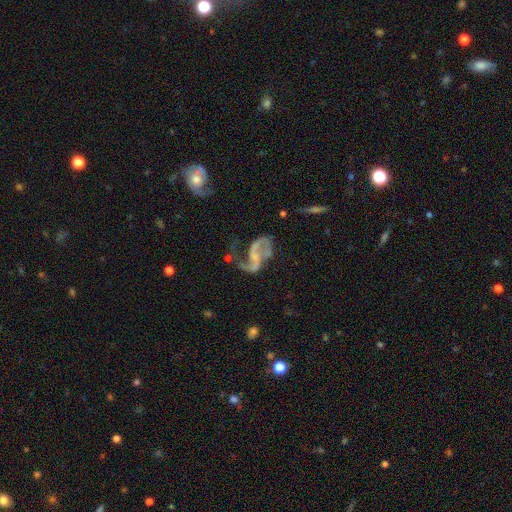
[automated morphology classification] A featured or disk galaxy (85%) with no bar (46%), 2 (85%) loose (66%) spiral arms (91%) and no central bulge (53%).

Vote fractions:
- Smooth or featured? featured or disk: 85% / smooth: 8% / star or artifact: 7%
- Edge-on disk? no: 97% / yes: 3%
- Bar? no: 46% / weak: 38% / strong: 16%
- Spiral arms? yes: 91% / no: 9%
- Spiral winding? loose: 66% / medium: 28% / tight: 6%
- Spiral arm count? 2: 85% / 1: 8% / can't tell: 3% / 3: 1% / 4: 1% / more than 4: 1%
- Bulge size? none: 53% / small: 31% / moderate: 12% / large: 2% / dominant: 1%
- Merging? none: 44% / major disturbance: 28% / minor disturbance: 19% / merger: 9%